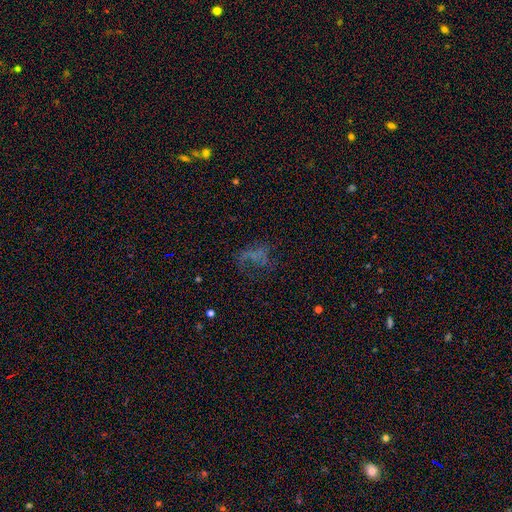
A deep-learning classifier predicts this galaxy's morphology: type=featured or disk (39%); merging=major disturbance (39%, tied with none).